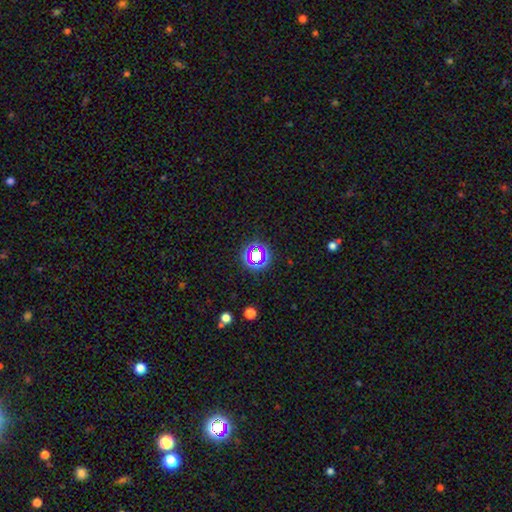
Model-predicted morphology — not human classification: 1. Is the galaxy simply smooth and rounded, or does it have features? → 57% star or artifact, 31% smooth, 12% featured or disk.